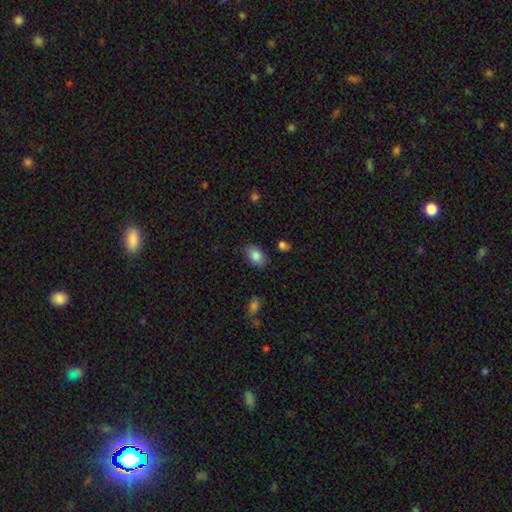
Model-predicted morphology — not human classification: Smooth or featured?
  - smooth: 85% *
  - star or artifact: 8%
  - featured or disk: 7%
How rounded?
  - in between: 86% *
  - round: 13%
  - cigar-shaped: 1%
Merging?
  - none: 80% *
  - minor disturbance: 15%
  - major disturbance: 3%
  - merger: 2%